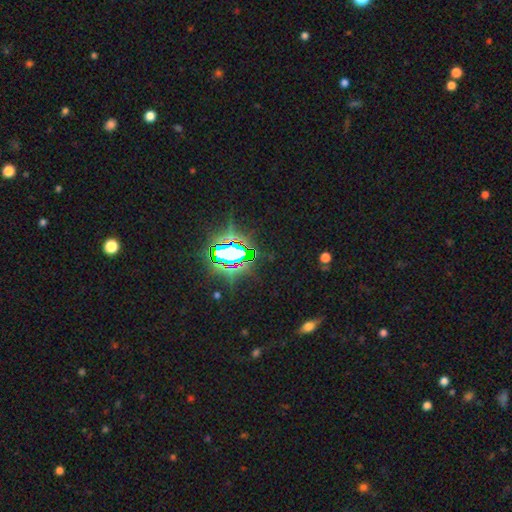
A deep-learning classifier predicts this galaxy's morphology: Smooth or featured? star or artifact (81%)